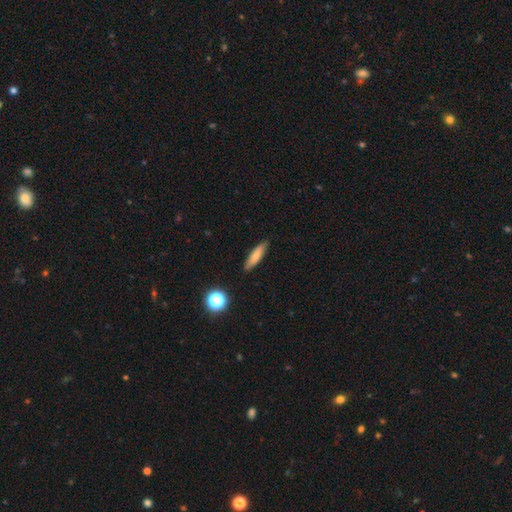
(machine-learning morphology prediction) Smooth or featured? Predicted: smooth (p=0.73). How rounded? Predicted: cigar-shaped (p=0.72). Merging? Predicted: none (p=0.87).